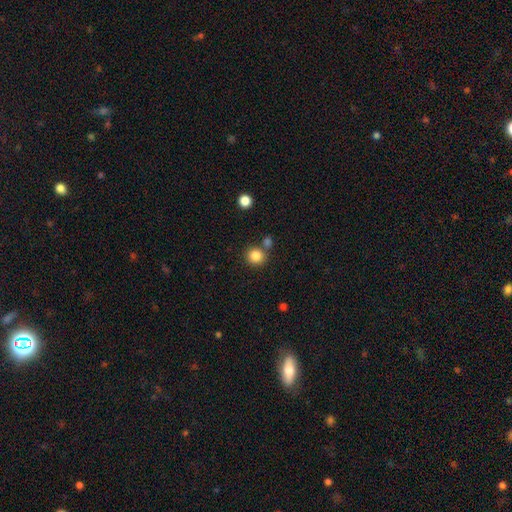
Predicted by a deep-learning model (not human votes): Q: Smooth or featured?
A: smooth (84%); runner-up: star or artifact (11%)
Q: How rounded?
A: round (90%); runner-up: in between (10%)
Q: Merging?
A: none (74%); runner-up: merger (15%)